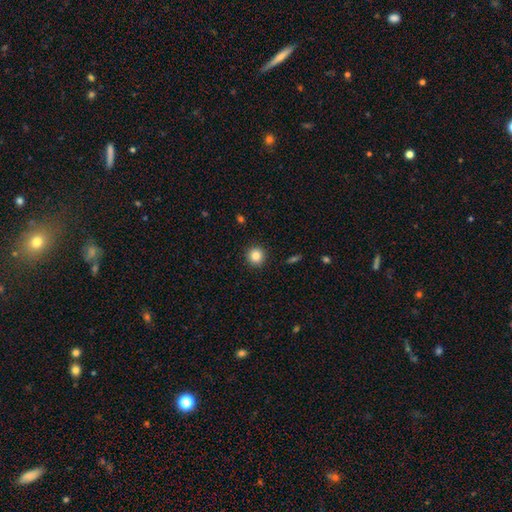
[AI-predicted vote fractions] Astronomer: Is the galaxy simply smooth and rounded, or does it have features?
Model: smooth — 85%.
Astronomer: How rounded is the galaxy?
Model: round — 94%.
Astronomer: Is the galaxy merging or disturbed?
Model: none — 92%.